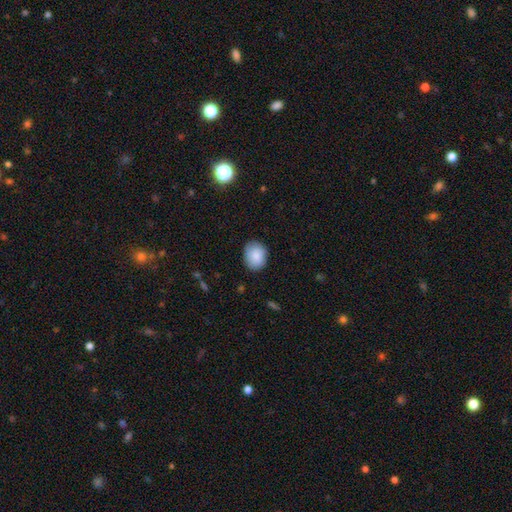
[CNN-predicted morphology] This is clearly a smooth galaxy (87%). How rounded: possibly round (51%). Merging: clearly none (83%).